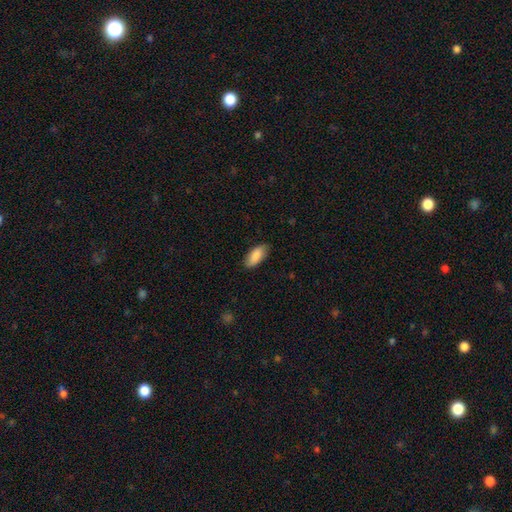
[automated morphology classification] This appears to be a smooth galaxy with no disk features (87%) that is in between round and cigar-shaped (87%). Merging: none (84%).